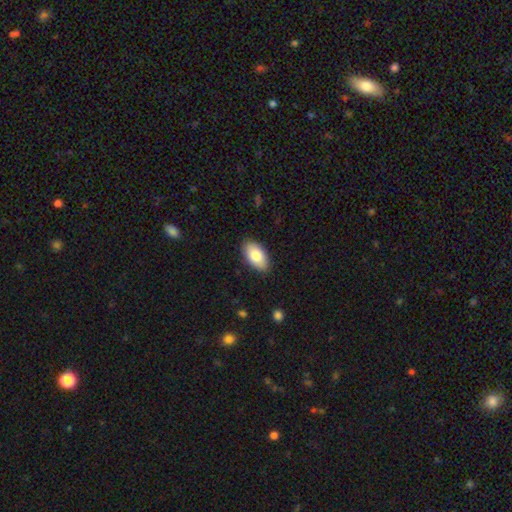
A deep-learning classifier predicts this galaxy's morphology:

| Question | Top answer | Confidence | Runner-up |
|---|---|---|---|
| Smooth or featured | smooth | 82% | featured or disk (12%) |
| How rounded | in between | 95% | round (3%) |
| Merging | none | 88% | minor disturbance (9%) |